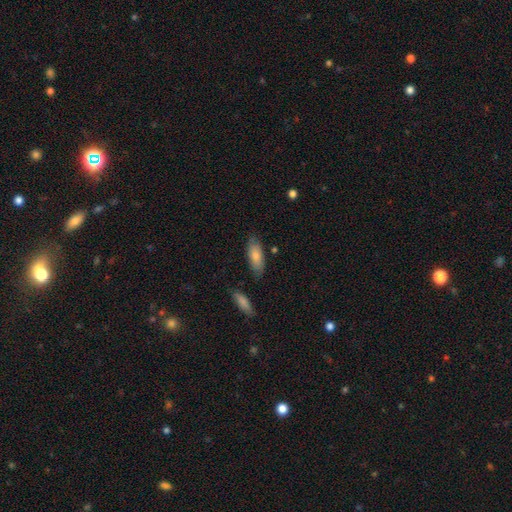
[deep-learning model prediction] Smooth or featured? smooth (79%)
How rounded? in between (78%)
Merging? none (79%)